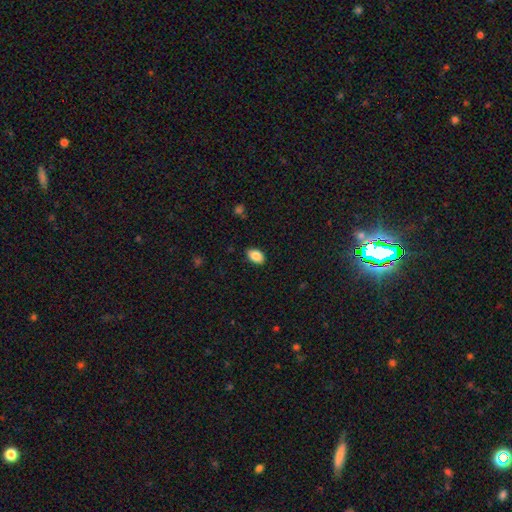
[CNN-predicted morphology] Q: Smooth or featured?
A: smooth (88%); runner-up: star or artifact (8%)
Q: How rounded?
A: in between (90%); runner-up: round (9%)
Q: Merging?
A: none (88%); runner-up: minor disturbance (9%)